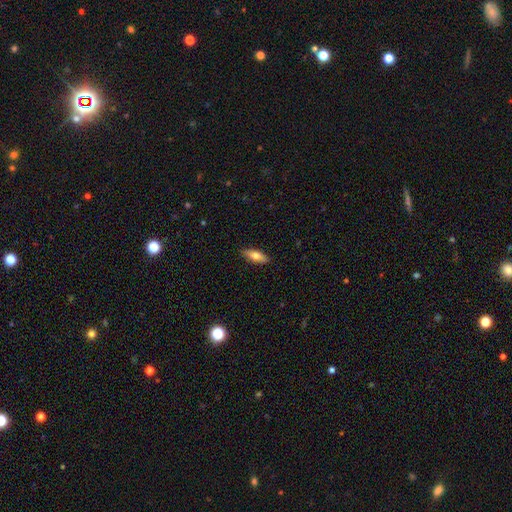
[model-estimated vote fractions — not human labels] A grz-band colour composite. It shows a smooth galaxy with no disk features (70%) that is in between round and cigar-shaped (63%). Merging: none (89%).